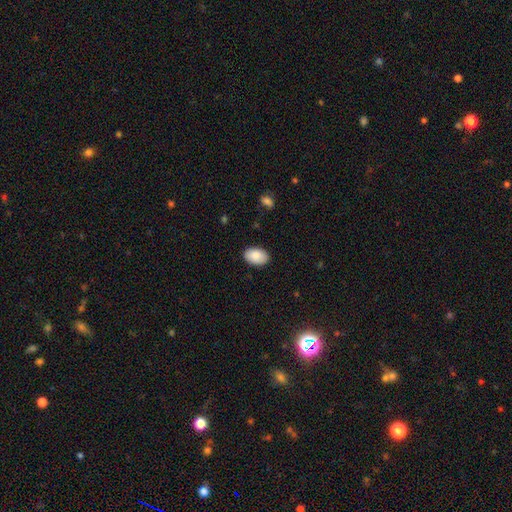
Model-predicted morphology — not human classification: Smooth or featured?
  - smooth: 87% *
  - featured or disk: 7%
  - star or artifact: 6%
How rounded?
  - in between: 91% *
  - round: 8%
  - cigar-shaped: 1%
Merging?
  - none: 88% *
  - minor disturbance: 9%
  - major disturbance: 2%
  - merger: 1%